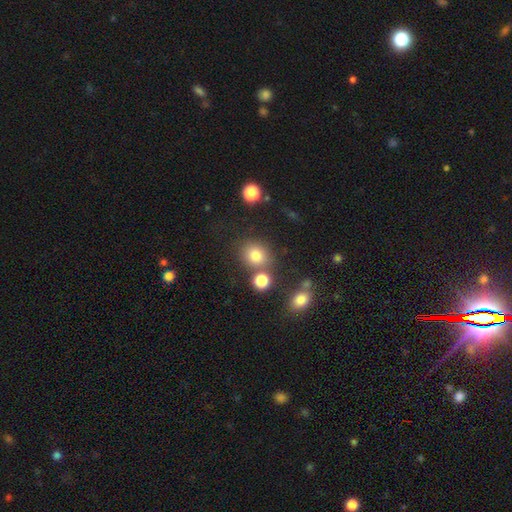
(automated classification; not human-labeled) Morphology: type=smooth (79%); roundness=round (75%); merging=none (68%).